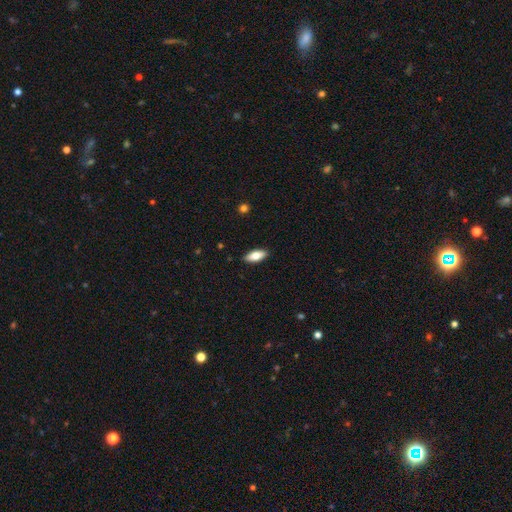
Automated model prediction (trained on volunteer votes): Morphology: type=smooth (76%); roundness=in between (81%); merging=none (89%).